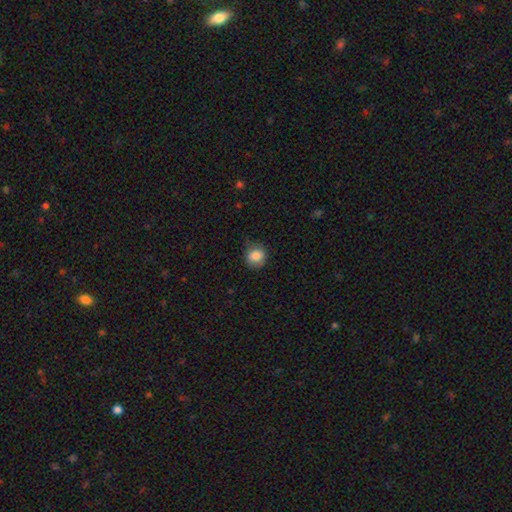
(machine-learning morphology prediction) Smooth or featured? Predicted: smooth (p=0.84). How rounded? Predicted: round (p=0.78). Merging? Predicted: none (p=0.71).